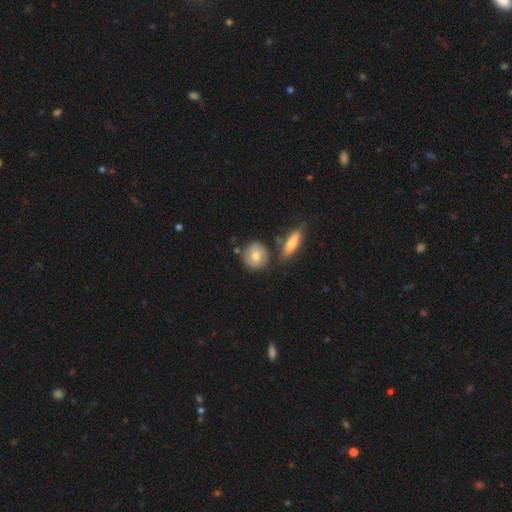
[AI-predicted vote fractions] A smooth galaxy with no disk features (62%) that is round (81%).

Vote fractions:
- Smooth or featured? smooth: 62% / featured or disk: 32% / star or artifact: 6%
- How rounded? round: 81% / in between: 16% / cigar-shaped: 3%
- Merging? none: 71% / minor disturbance: 15% / merger: 11% / major disturbance: 4%